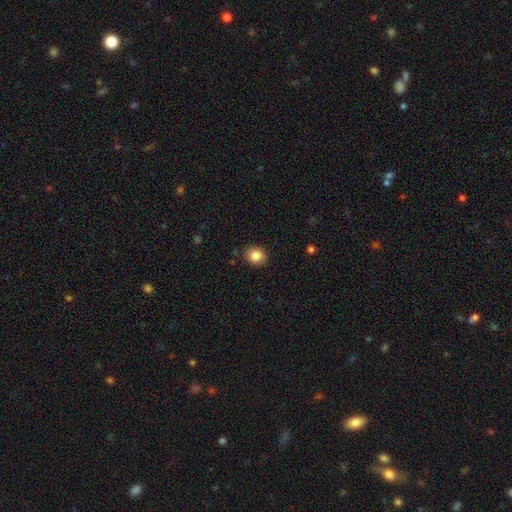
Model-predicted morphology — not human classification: This is clearly a smooth galaxy (85%). How rounded: likely round (71%). Merging: clearly none (89%).